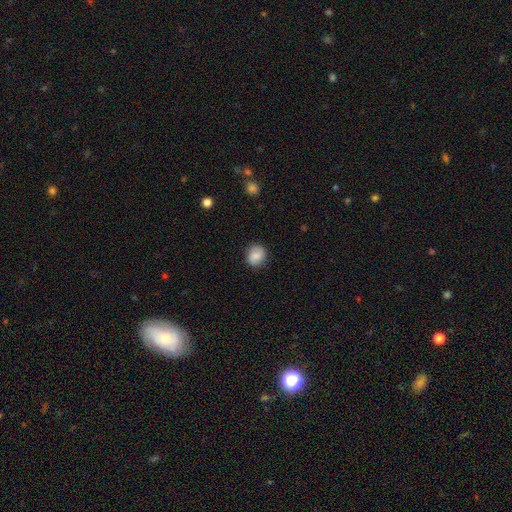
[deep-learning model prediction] Smooth or featured: smooth — 82% (featured or disk — 10%)
How rounded: round — 73% (in between — 26%)
Merging: none — 85% (minor disturbance — 11%)